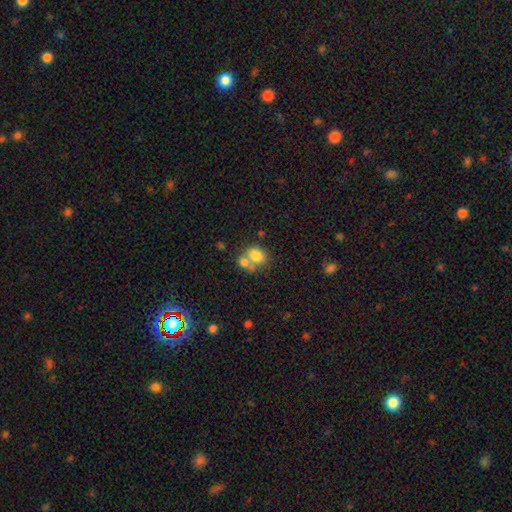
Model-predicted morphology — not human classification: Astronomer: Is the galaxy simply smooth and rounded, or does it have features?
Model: smooth — 77%.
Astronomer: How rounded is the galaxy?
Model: round — 51% (runner-up: in between, 48%).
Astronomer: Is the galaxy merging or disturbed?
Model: merger — 49% (runner-up: none, 37%).